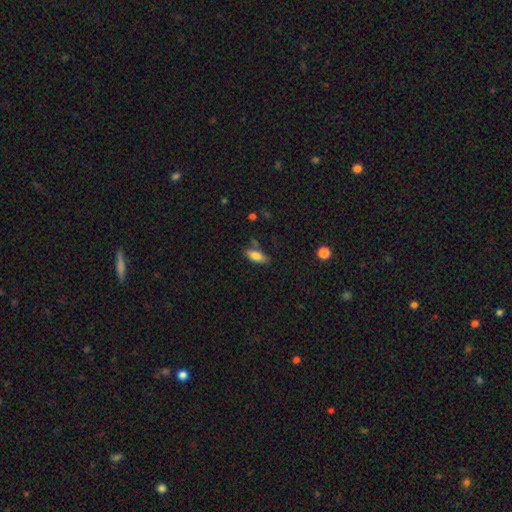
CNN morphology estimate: smooth_or_featured: smooth (p=0.79) [alt: featured or disk p=0.13]
how_rounded: in between (p=0.79) [alt: cigar-shaped p=0.18]
merging: none (p=0.67) [alt: minor disturbance p=0.21]